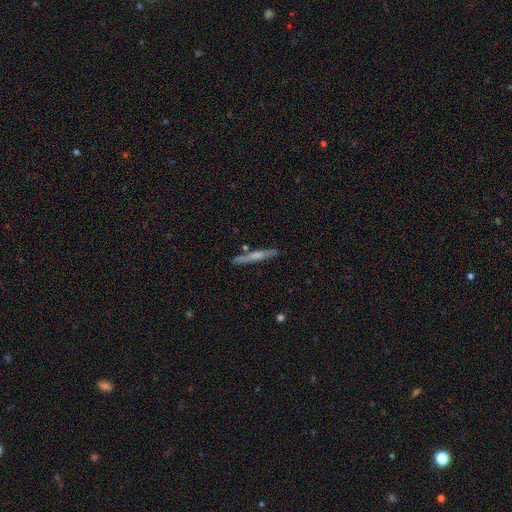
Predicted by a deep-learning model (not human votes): A featured or disk galaxy (53%) viewed edge-on (96%) with a rounded central bulge (49%).

Vote fractions:
- Smooth or featured? featured or disk: 53% / smooth: 41% / star or artifact: 6%
- Edge-on disk? yes: 96% / no: 4%
- Edge-on bulge? rounded: 49% / none: 38% / boxy: 13%
- Merging? none: 85% / minor disturbance: 9% / merger: 4% / major disturbance: 2%